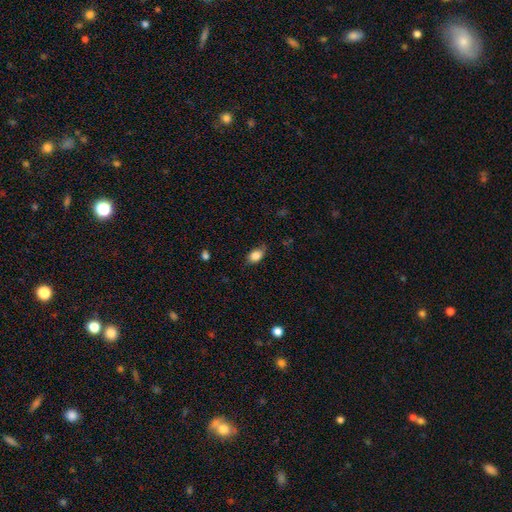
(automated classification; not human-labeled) A smooth galaxy with no disk features (85%) that is in between round and cigar-shaped (84%). Merging: none (66%).